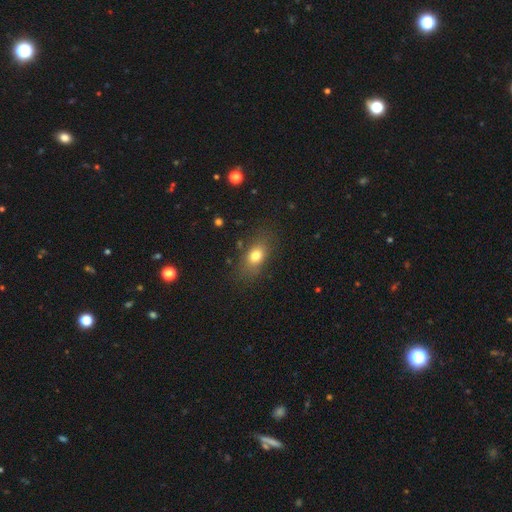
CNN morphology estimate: A smooth galaxy with no disk features (76%) that is in between round and cigar-shaped (74%). Merging: none (79%).